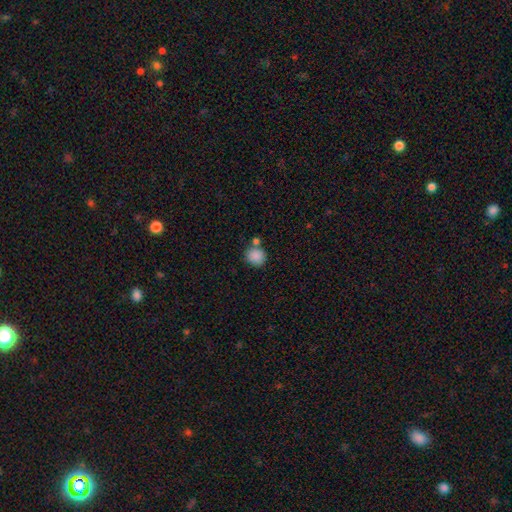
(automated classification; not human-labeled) The model was most divided on "merging": none: 67%, merger: 19%, minor disturbance: 11%, major disturbance: 3%. More confident: smooth or featured — smooth (87%); how rounded — round (86%).